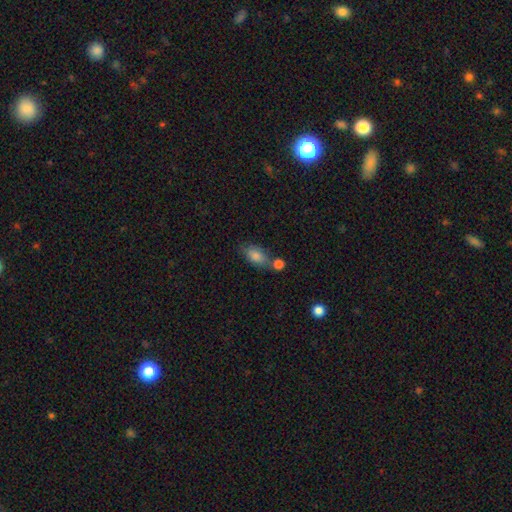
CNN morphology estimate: Overall: smooth (82%). How rounded: in between (87%). Merging: none (54%; merger 24%).